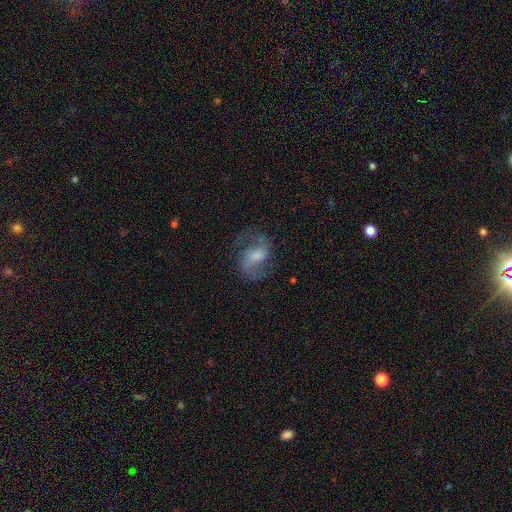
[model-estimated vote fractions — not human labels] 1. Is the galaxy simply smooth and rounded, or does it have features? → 73% featured or disk, 19% smooth, 8% star or artifact.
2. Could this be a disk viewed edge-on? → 97% no, 3% yes.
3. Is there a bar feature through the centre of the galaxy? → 50% weak, 30% no, 20% strong.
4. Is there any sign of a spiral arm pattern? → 92% yes, 8% no.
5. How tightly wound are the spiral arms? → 51% medium, 35% loose, 14% tight.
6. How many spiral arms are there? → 88% 2, 6% can't tell, 3% 1, 1% 3, 1% 4, 1% more than 4.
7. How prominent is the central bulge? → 42% moderate, 31% small, 14% large, 11% none, 2% dominant.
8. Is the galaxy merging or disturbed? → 68% none, 17% minor disturbance, 13% major disturbance, 1% merger.